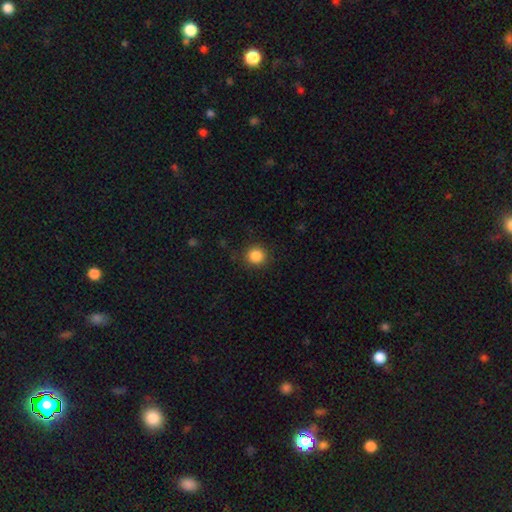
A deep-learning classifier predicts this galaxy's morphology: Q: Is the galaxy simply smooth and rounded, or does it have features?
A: smooth — 86%.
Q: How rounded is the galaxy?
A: round — 92%.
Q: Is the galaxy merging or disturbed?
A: none — 89%.